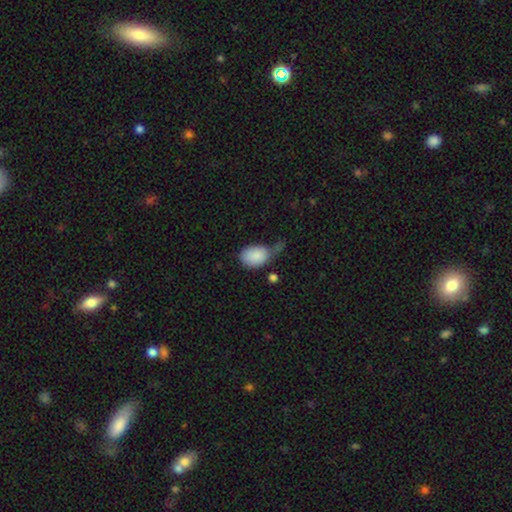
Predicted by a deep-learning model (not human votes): The model was most divided on "merging": none: 35%, minor disturbance: 34%, major disturbance: 19%, merger: 12%. More confident: smooth or featured — smooth (86%); how rounded — in between (84%).